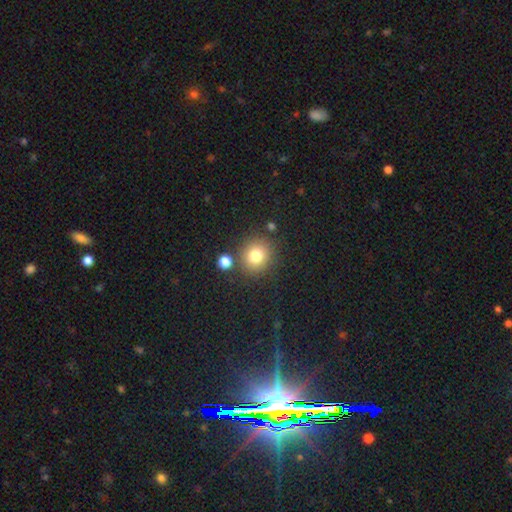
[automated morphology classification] type=smooth (79%); roundness=round (86%); merging=none (81%).